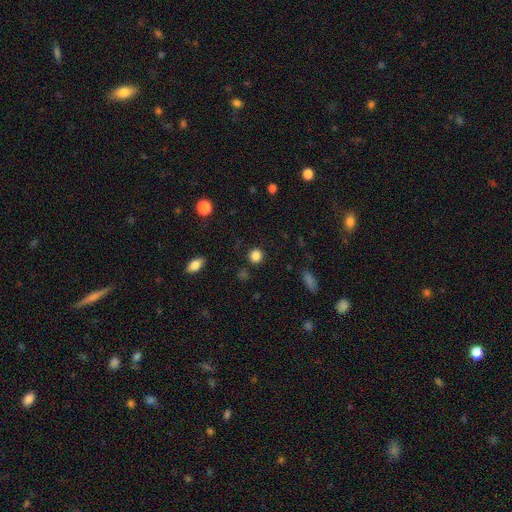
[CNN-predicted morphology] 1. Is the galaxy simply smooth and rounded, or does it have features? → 85% smooth, 11% star or artifact, 4% featured or disk.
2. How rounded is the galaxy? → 89% round, 10% in between, 1% cigar-shaped.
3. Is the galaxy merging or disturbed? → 88% none, 7% minor disturbance, 3% major disturbance, 2% merger.